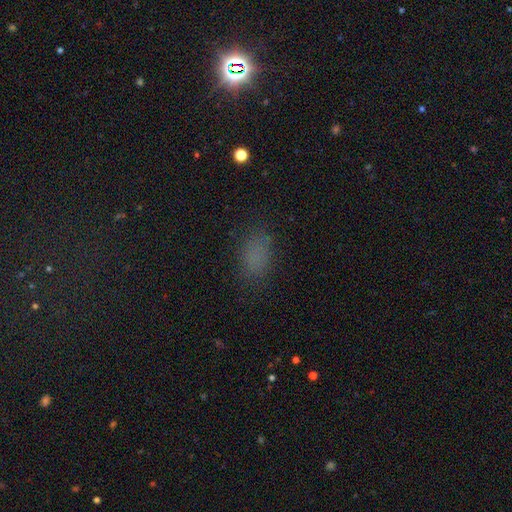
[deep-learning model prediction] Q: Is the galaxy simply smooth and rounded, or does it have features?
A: smooth — 76%.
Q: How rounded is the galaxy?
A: in between — 87%.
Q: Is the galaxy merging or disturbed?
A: none — 78%.